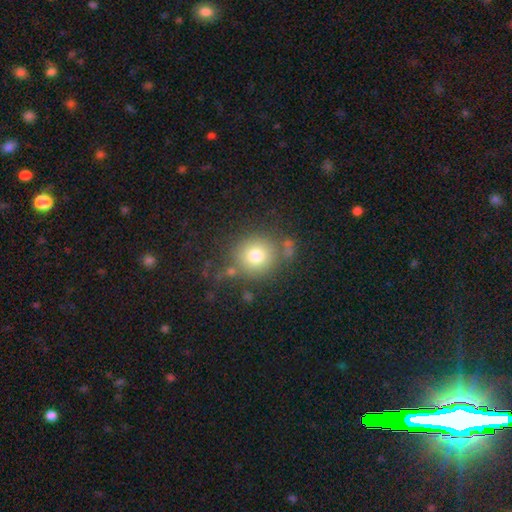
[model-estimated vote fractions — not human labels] Smooth or featured? Predicted: smooth (p=0.76). How rounded? Predicted: round (p=0.90). Merging? Predicted: none (p=0.73).